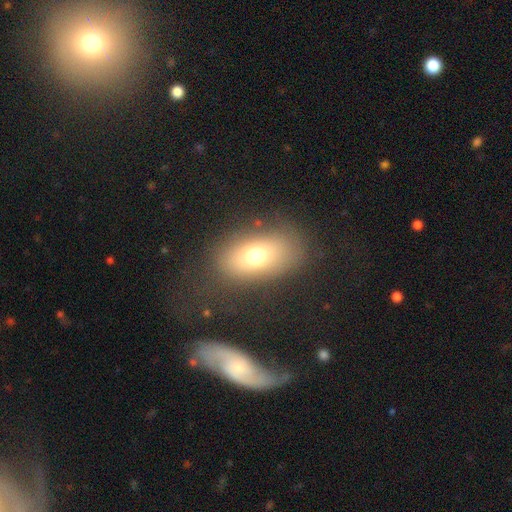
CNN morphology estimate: A smooth galaxy with no disk features (71%) that is in between round and cigar-shaped (86%). Merging: none (74%).